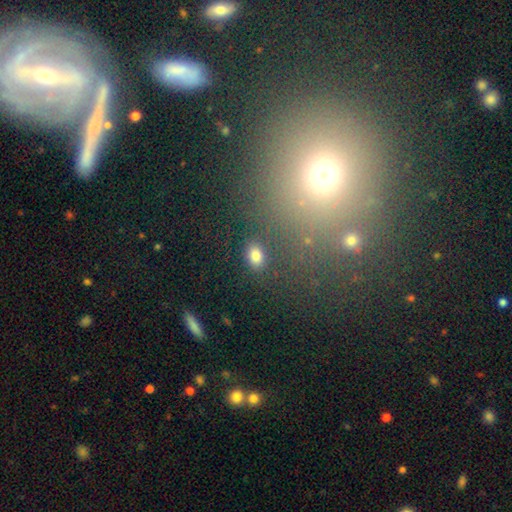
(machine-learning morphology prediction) A smooth galaxy with no disk features (80%) that is in between round and cigar-shaped (80%).

Vote fractions:
- Smooth or featured? smooth: 80% / star or artifact: 14% / featured or disk: 7%
- How rounded? in between: 80% / round: 18% / cigar-shaped: 2%
- Merging? none: 83% / minor disturbance: 10% / major disturbance: 4% / merger: 3%